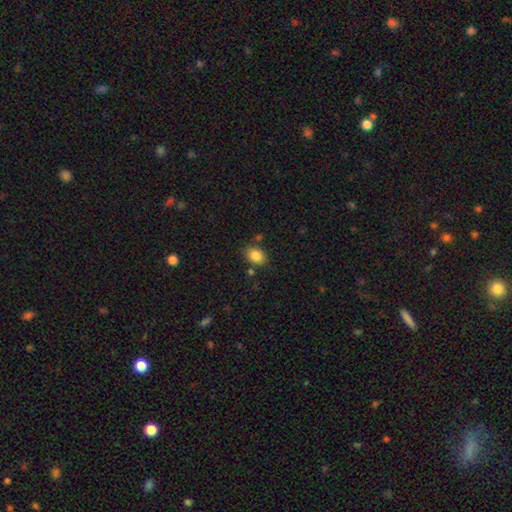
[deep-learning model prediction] smooth-or-featured: smooth: 85% | star or artifact: 9% | featured or disk: 6%
  how-rounded: in between: 66% | round: 33% | cigar-shaped: 1%
  merging: none: 78% | minor disturbance: 13% | merger: 5% | major disturbance: 3%